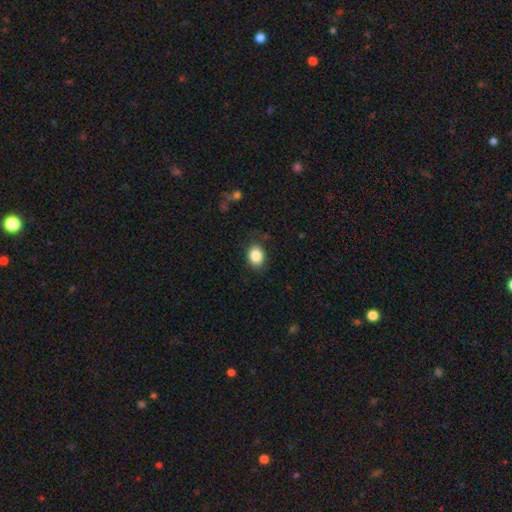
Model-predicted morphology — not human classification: Overall: smooth (85%). How rounded: in between (60%; round 39%). Merging: none (82%).